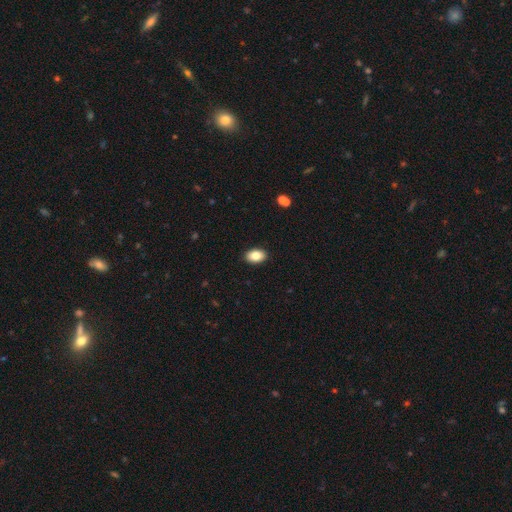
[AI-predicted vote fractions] Smooth or featured? Predicted: smooth (p=0.85). How rounded? Predicted: in between (p=0.88). Merging? Predicted: none (p=0.90).